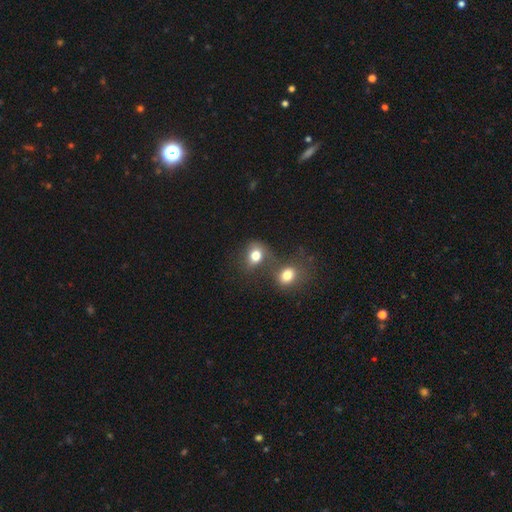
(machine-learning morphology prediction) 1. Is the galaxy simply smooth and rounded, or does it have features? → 78% smooth, 11% star or artifact, 11% featured or disk.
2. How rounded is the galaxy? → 54% round, 45% in between, 1% cigar-shaped.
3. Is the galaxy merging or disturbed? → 42% merger, 35% none, 13% minor disturbance, 10% major disturbance.